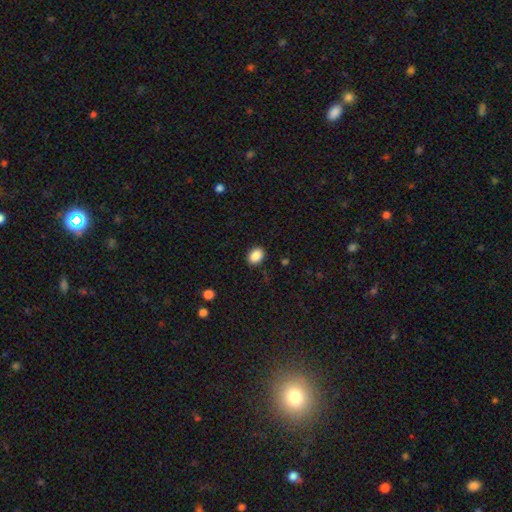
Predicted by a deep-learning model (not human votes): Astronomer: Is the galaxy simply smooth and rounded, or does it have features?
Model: smooth — 88%.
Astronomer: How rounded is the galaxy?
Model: in between — 71%.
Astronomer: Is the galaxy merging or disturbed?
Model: none — 88%.